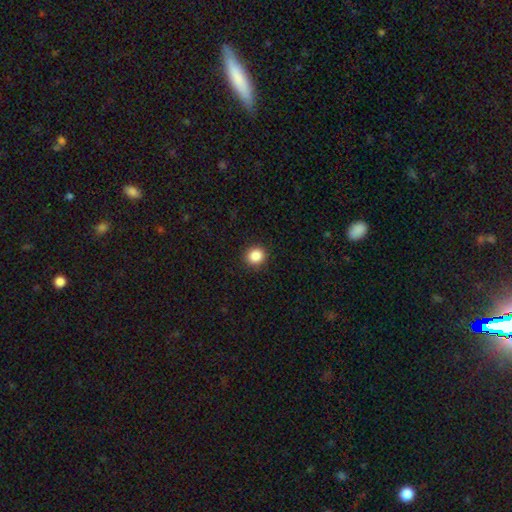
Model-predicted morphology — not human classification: A smooth galaxy with no disk features (87%) that is round (89%). Merging: none (91%).